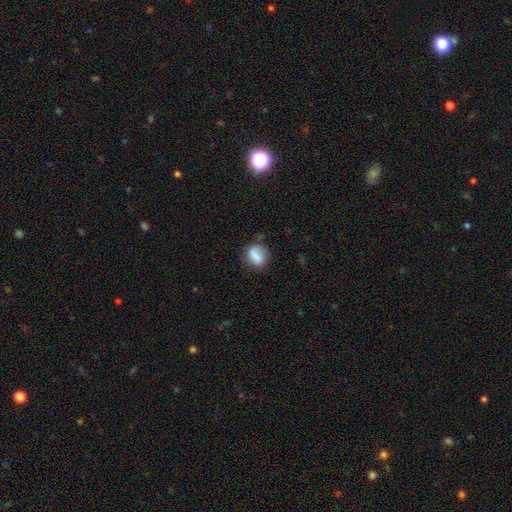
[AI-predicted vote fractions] Smooth or featured? Predicted: smooth (p=0.76). How rounded? Predicted: round (p=0.52). Merging? Predicted: none (p=0.63).